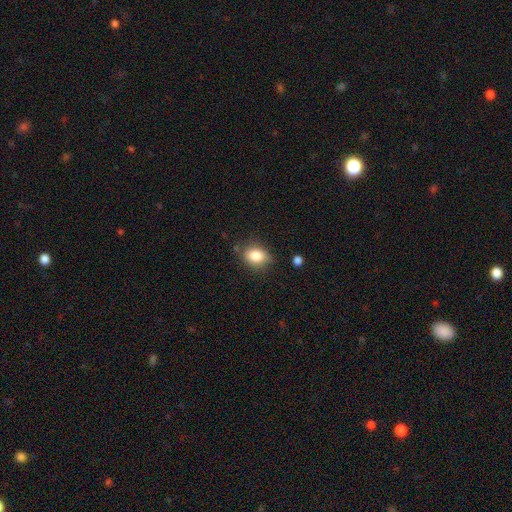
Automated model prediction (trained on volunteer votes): Morphology: type=smooth (84%); roundness=in between (62%); merging=none (74%).